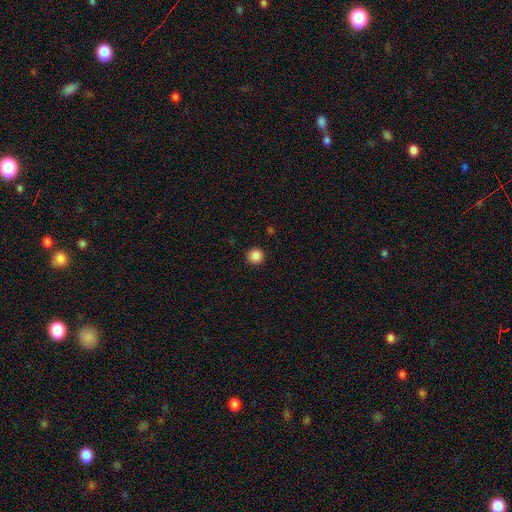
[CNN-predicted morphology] Q: Smooth or featured?
A: smooth (87%); runner-up: star or artifact (10%)
Q: How rounded?
A: round (96%); runner-up: in between (3%)
Q: Merging?
A: none (93%); runner-up: minor disturbance (5%)